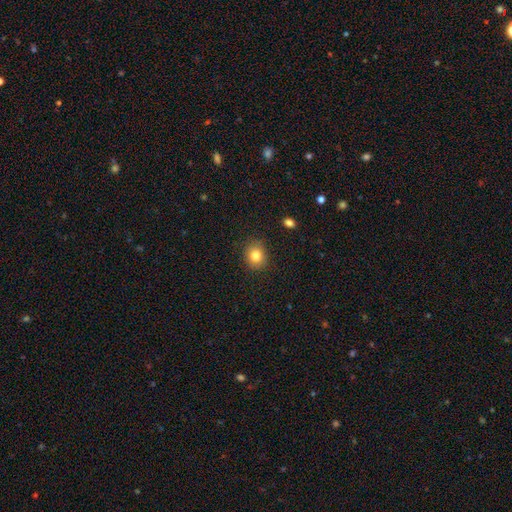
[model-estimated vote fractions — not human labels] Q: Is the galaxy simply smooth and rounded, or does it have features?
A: smooth — 82%.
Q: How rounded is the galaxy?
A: round — 71%.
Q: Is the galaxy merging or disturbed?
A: none — 88%.